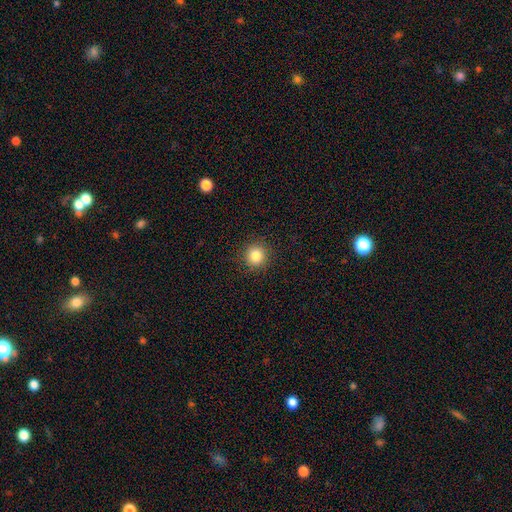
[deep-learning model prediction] smooth-or-featured: smooth: 84% | star or artifact: 11% | featured or disk: 5%
  how-rounded: round: 94% | in between: 6% | cigar-shaped: 1%
  merging: none: 91% | minor disturbance: 6% | major disturbance: 2% | merger: 1%